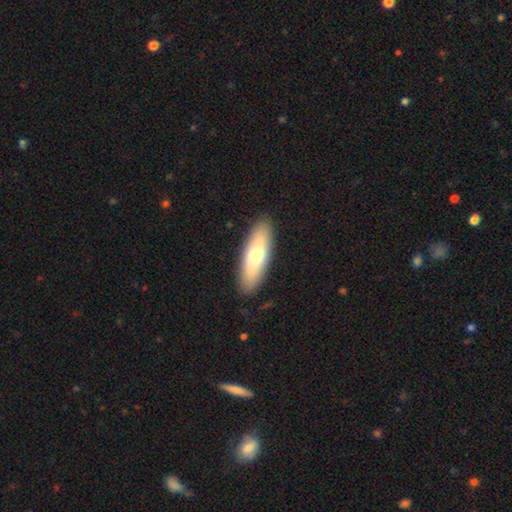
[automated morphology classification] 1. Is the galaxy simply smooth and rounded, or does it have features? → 68% smooth, 27% featured or disk, 6% star or artifact.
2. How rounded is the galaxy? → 56% in between, 42% cigar-shaped, 2% round.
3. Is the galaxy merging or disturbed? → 90% none, 7% minor disturbance, 2% major disturbance, 1% merger.